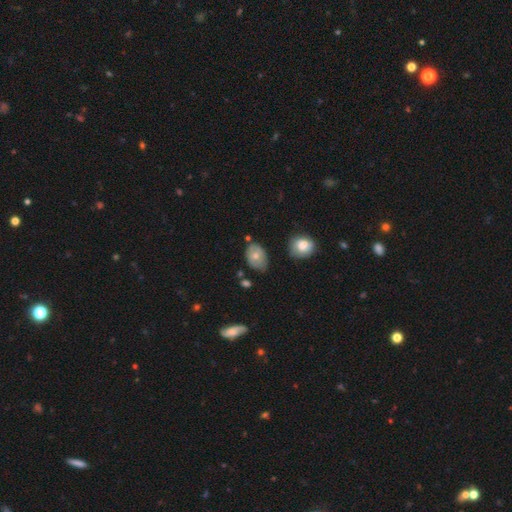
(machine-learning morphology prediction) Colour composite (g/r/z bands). It shows a smooth galaxy with no disk features (59%) that is in between round and cigar-shaped (76%). Merging: none (59%).